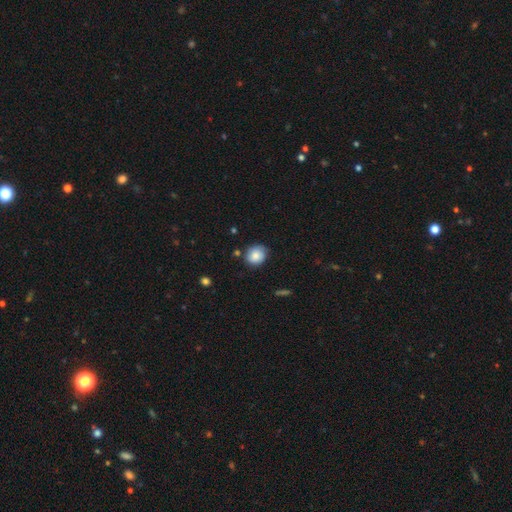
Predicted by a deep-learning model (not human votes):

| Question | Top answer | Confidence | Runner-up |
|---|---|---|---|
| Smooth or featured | smooth | 84% | star or artifact (8%) |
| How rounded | round | 73% | in between (26%) |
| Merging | none | 76% | minor disturbance (17%) |